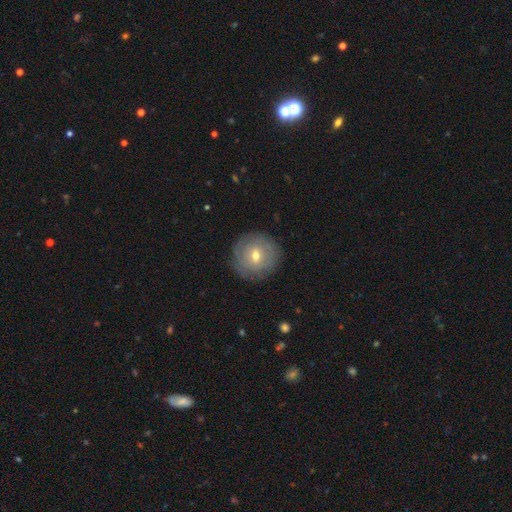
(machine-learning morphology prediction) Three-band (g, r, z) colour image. It shows a featured or disk galaxy (49%). Merging: none (86%).